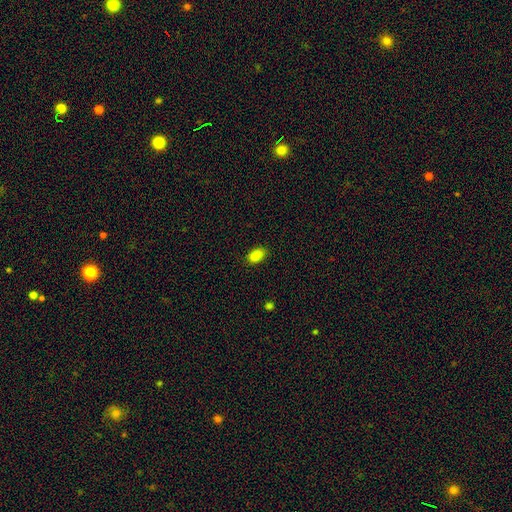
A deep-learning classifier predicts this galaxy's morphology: This is clearly a smooth galaxy (87%). How rounded: clearly in between (88%). Merging: clearly none (86%).